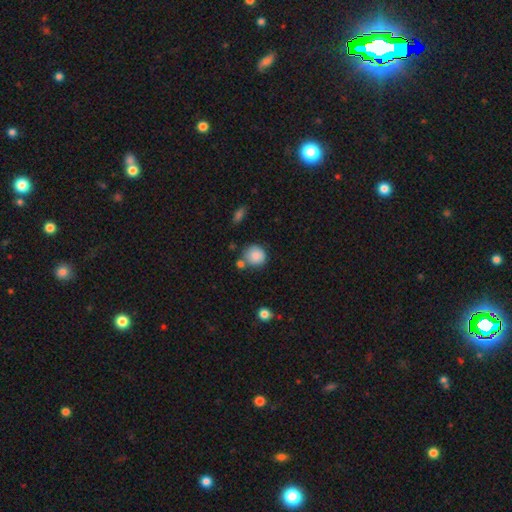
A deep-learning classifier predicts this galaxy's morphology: smooth 86%, star or artifact 8%, featured or disk 6%. Down the decision tree: how rounded — round (88%); merging — none (65%).